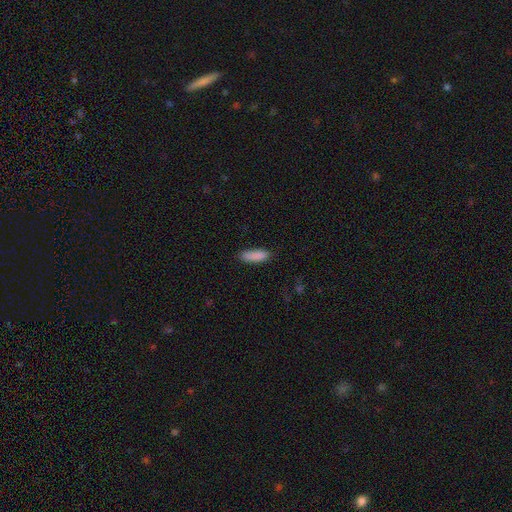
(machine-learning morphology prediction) Smooth or featured? smooth (88%)
How rounded? cigar-shaped (52%)
Merging? none (81%)